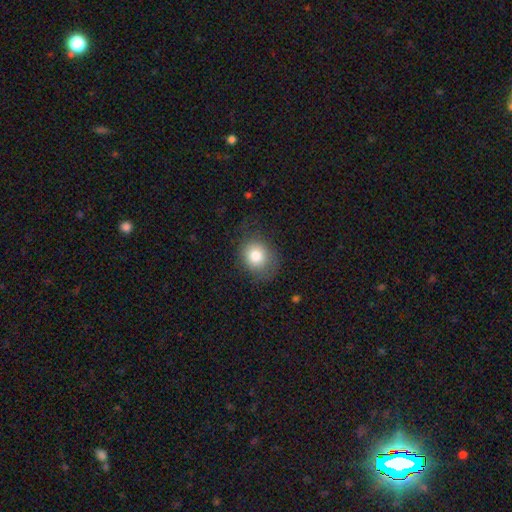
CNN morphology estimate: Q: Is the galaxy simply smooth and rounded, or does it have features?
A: smooth — 80%.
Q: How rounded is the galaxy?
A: round — 67%.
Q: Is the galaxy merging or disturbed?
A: none — 73%.